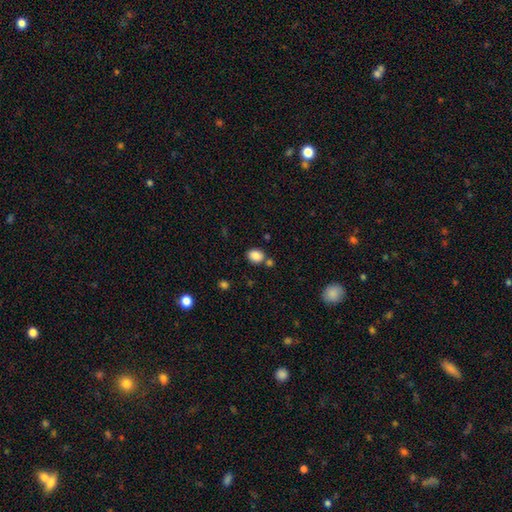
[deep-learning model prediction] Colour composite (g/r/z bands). It shows a smooth galaxy with no disk features (86%) that is in between round and cigar-shaped (55%). Merging: none (71%).